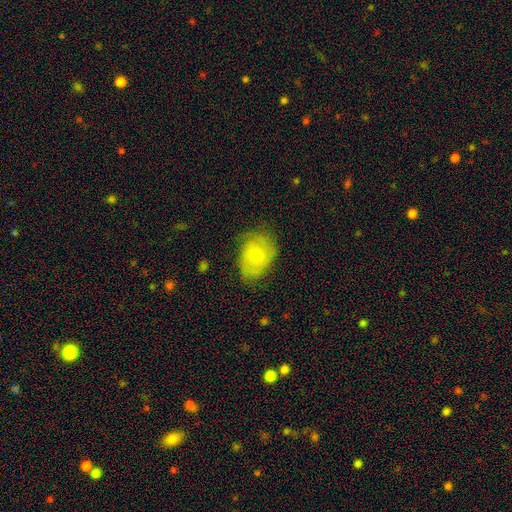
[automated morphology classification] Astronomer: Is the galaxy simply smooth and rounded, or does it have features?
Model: smooth — 56% (runner-up: featured or disk, 37%).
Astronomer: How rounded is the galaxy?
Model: in between — 70%.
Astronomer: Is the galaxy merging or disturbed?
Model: none — 67%.